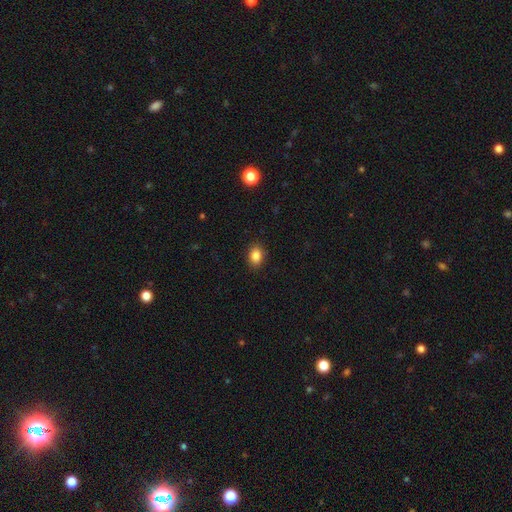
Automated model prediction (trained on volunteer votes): smooth_or_featured: smooth (p=0.86) [alt: star or artifact p=0.09]
how_rounded: in between (p=0.70) [alt: round p=0.28]
merging: none (p=0.88) [alt: minor disturbance p=0.08]